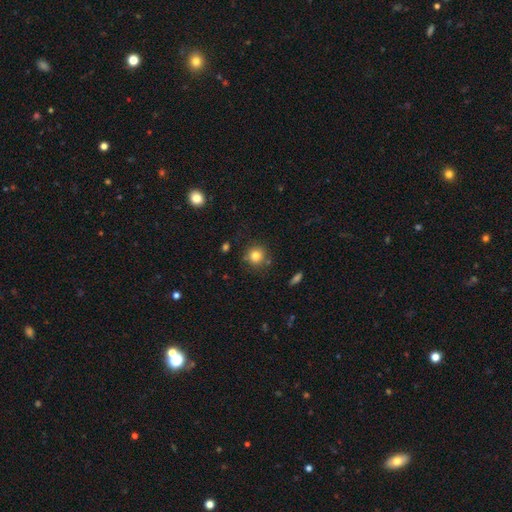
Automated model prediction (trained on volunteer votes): Overall: smooth (81%). How rounded: round (92%). Merging: none (83%).